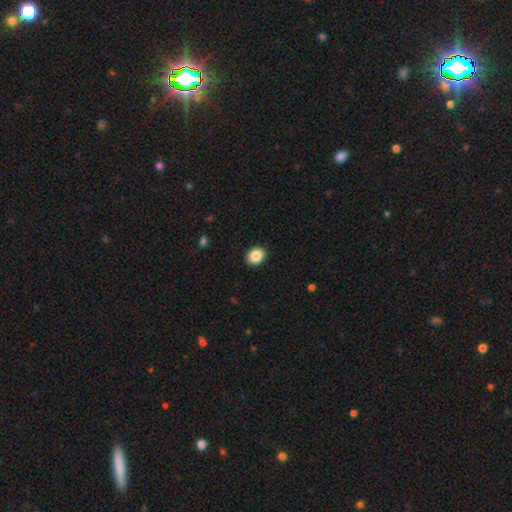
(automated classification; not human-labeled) Smooth or featured? smooth (87%)
How rounded? round (56%)
Merging? none (91%)